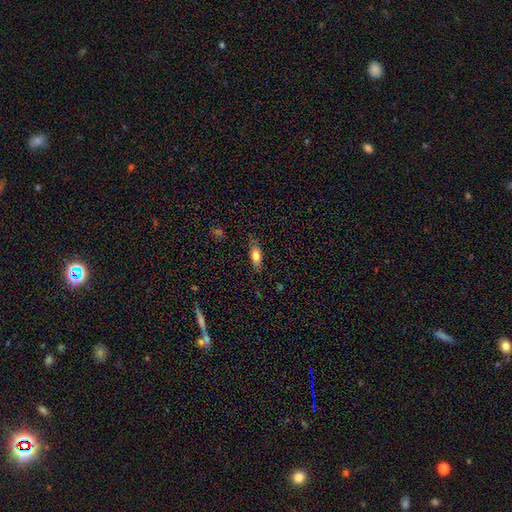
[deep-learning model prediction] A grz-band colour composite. It shows a smooth galaxy with no disk features (75%) that is in between round and cigar-shaped (74%). Merging: none (78%).